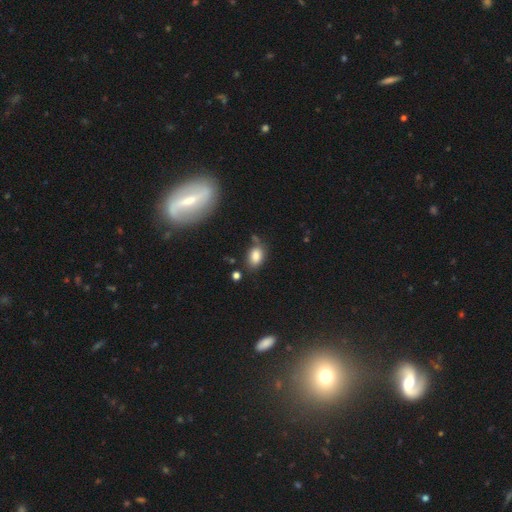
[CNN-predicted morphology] Smooth or featured?
  - smooth: 83% *
  - star or artifact: 10%
  - featured or disk: 8%
How rounded?
  - in between: 85% *
  - round: 13%
  - cigar-shaped: 2%
Merging?
  - none: 65% *
  - minor disturbance: 21%
  - merger: 8%
  - major disturbance: 5%